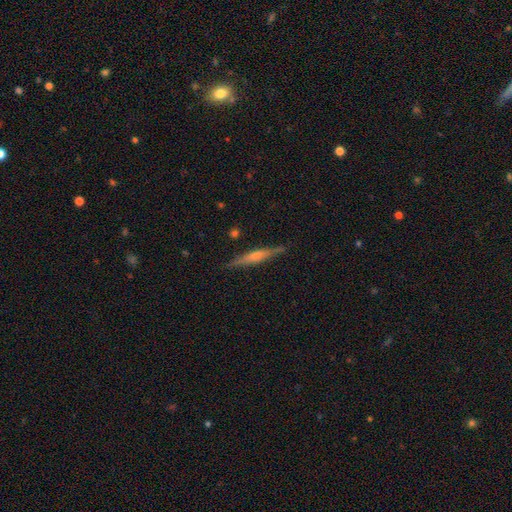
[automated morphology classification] A featured or disk galaxy (63%) viewed edge-on (97%) with a rounded central bulge (56%). Merging: none (88%).